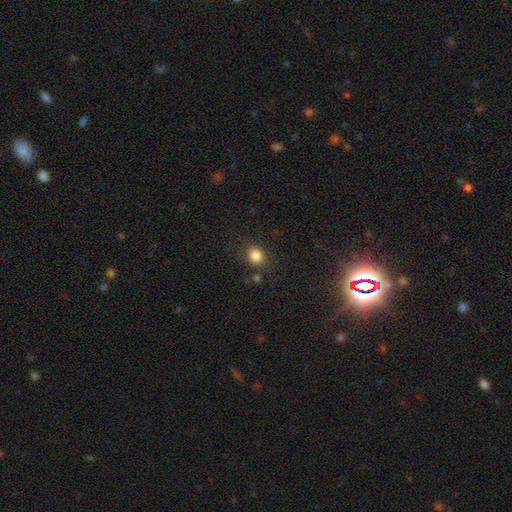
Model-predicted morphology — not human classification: smooth-or-featured: smooth: 84% | star or artifact: 11% | featured or disk: 5%
  how-rounded: round: 65% | in between: 34% | cigar-shaped: 1%
  merging: none: 83% | minor disturbance: 10% | major disturbance: 4% | merger: 4%